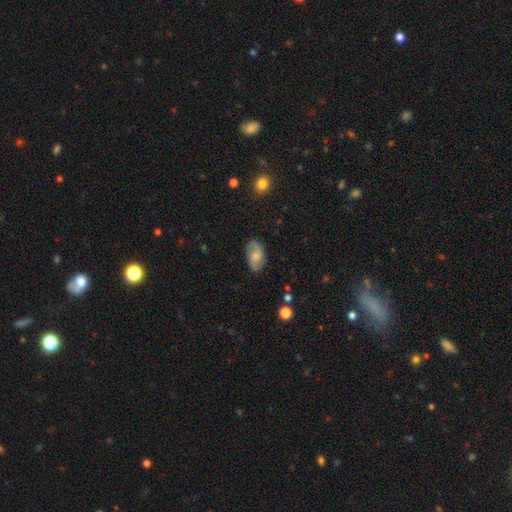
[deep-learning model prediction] This is possibly a smooth galaxy (58%). How rounded: clearly in between (91%). Merging: likely none (74%).